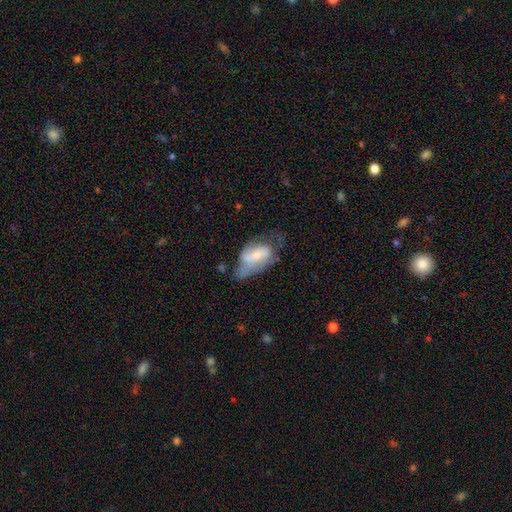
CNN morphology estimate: A featured or disk galaxy (59%) with no bar (45%), spiral arms (70%) and a small central bulge (54%). Merging: major disturbance (31%, tied with none).